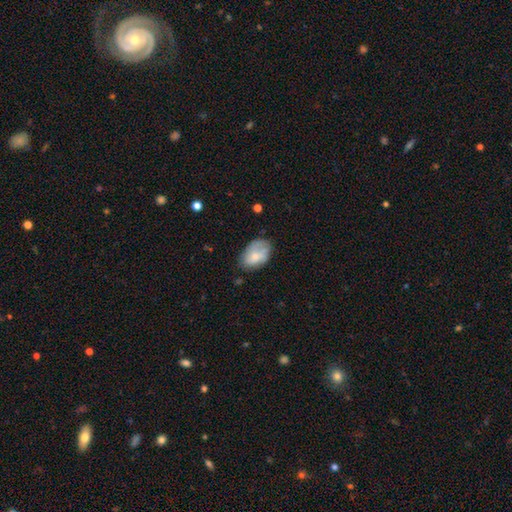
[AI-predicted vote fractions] Smooth or featured? smooth (69%)
How rounded? in between (88%)
Merging? none (57%)